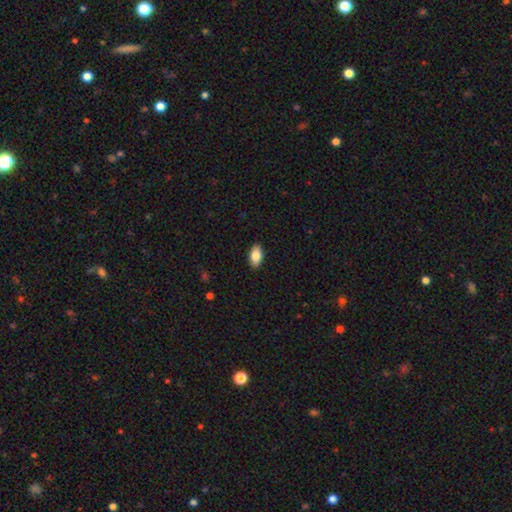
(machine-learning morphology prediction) Smooth or featured: smooth — 84% (featured or disk — 10%)
How rounded: in between — 93% (cigar-shaped — 4%)
Merging: none — 90% (minor disturbance — 8%)